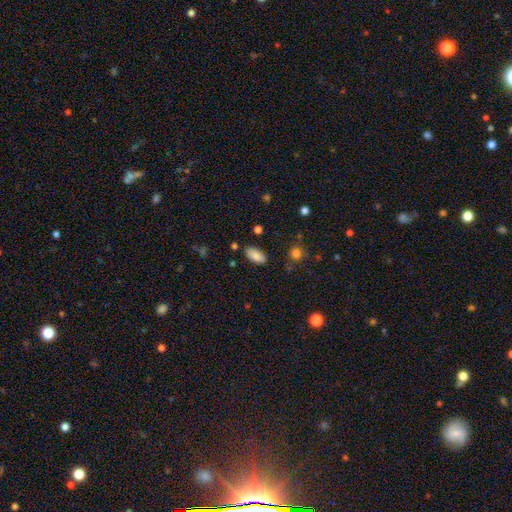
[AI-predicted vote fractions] A smooth galaxy with no disk features (86%) that is in between round and cigar-shaped (92%).

Vote fractions:
- Smooth or featured? smooth: 86% / star or artifact: 8% / featured or disk: 7%
- How rounded? in between: 92% / cigar-shaped: 5% / round: 2%
- Merging? none: 83% / minor disturbance: 12% / major disturbance: 3% / merger: 3%